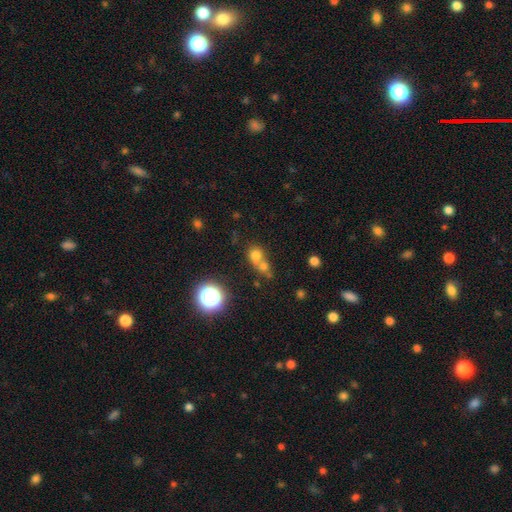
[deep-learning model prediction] smooth-or-featured: smooth: 69% | star or artifact: 18% | featured or disk: 13%
  how-rounded: round: 80% | in between: 19% | cigar-shaped: 1%
  merging: merger: 54% | none: 36% | minor disturbance: 6% | major disturbance: 4%